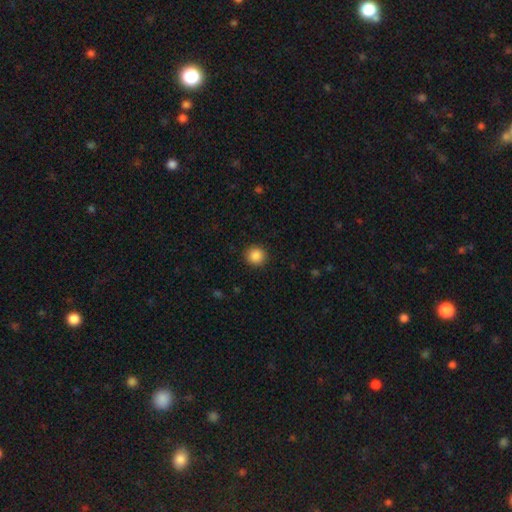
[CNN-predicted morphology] Smooth or featured: smooth — 88% (star or artifact — 9%)
How rounded: round — 93% (in between — 6%)
Merging: none — 91% (minor disturbance — 6%)